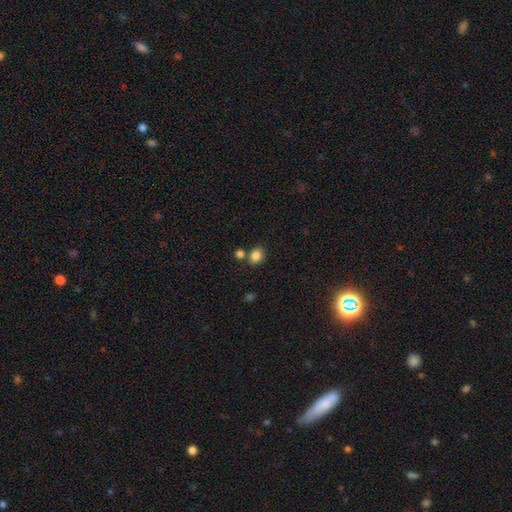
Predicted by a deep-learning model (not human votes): smooth_or_featured: smooth (p=0.84) [alt: star or artifact p=0.10]
how_rounded: round (p=0.53) [alt: in between p=0.46]
merging: none (p=0.68) [alt: merger p=0.18]